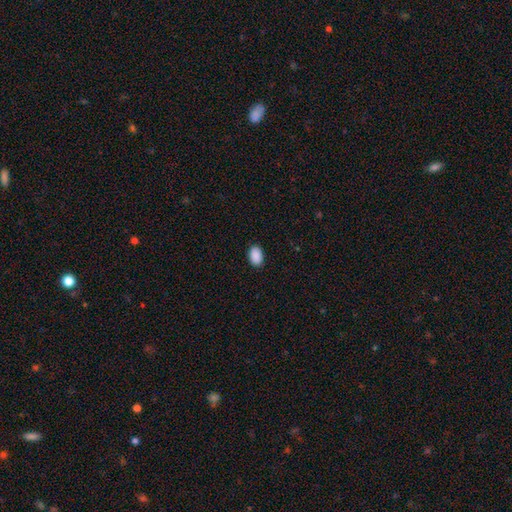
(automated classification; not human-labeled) Smooth or featured: smooth — 91% (star or artifact — 7%)
How rounded: in between — 88% (round — 11%)
Merging: none — 90% (minor disturbance — 8%)